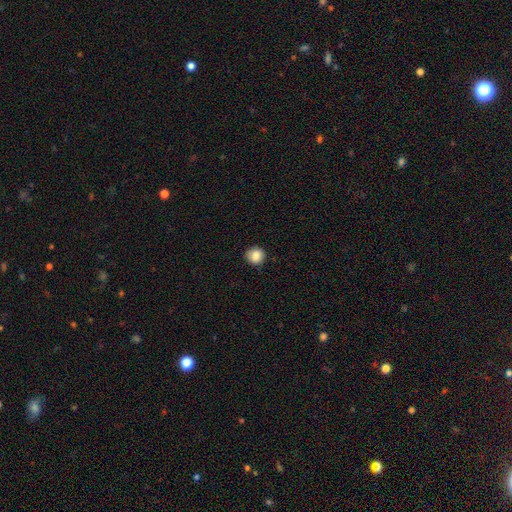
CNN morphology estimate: Smooth or featured? Predicted: smooth (p=0.85). How rounded? Predicted: round (p=0.90). Merging? Predicted: none (p=0.86).